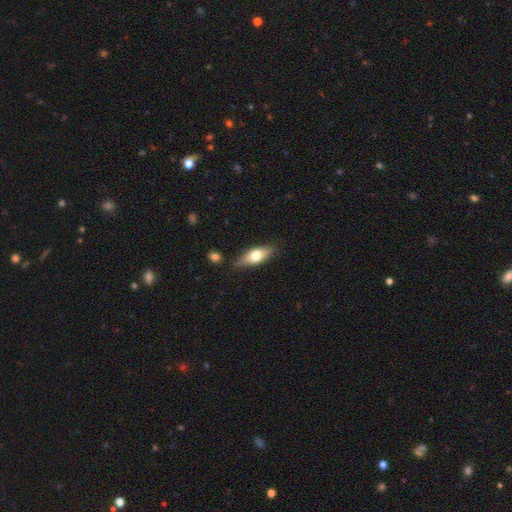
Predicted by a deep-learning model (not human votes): smooth_or_featured: smooth (p=0.63) [alt: featured or disk p=0.31]
how_rounded: in between (p=0.69) [alt: cigar-shaped p=0.27]
merging: none (p=0.76) [alt: minor disturbance p=0.17]